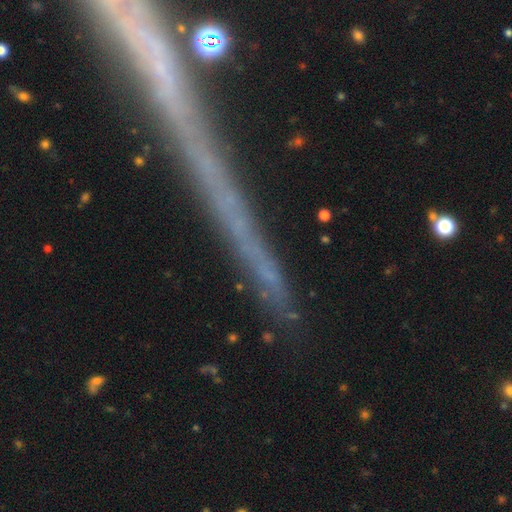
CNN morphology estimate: type=star or artifact (41%).